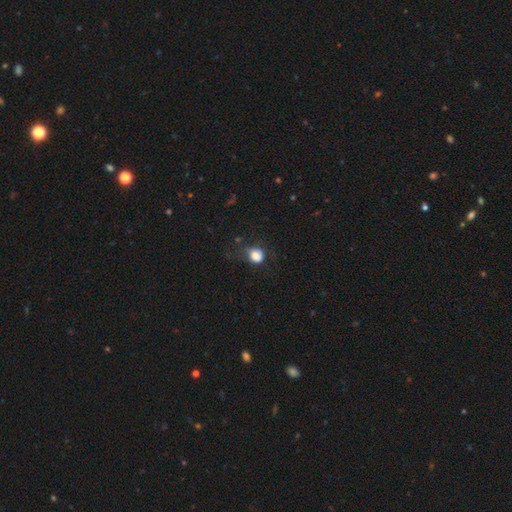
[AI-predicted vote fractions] smooth 78%, star or artifact 11%, featured or disk 11%. Down the decision tree: how rounded — round (66%); merging — none (52%).